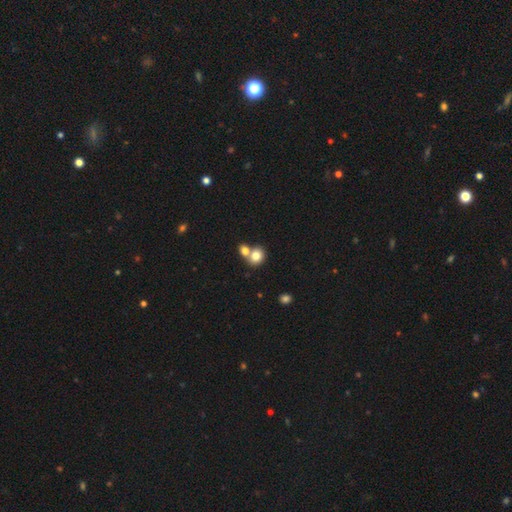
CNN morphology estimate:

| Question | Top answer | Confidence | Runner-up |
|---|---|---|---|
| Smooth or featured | smooth | 80% | featured or disk (10%) |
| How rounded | round | 68% | in between (31%) |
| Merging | merger | 53% | none (38%) |